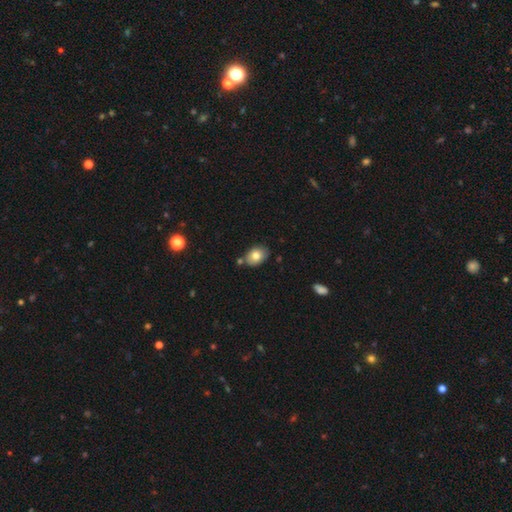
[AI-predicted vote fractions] Smooth or featured?
  - smooth: 77% *
  - featured or disk: 15%
  - star or artifact: 8%
How rounded?
  - in between: 76% *
  - round: 23%
  - cigar-shaped: 1%
Merging?
  - none: 73% *
  - minor disturbance: 15%
  - merger: 9%
  - major disturbance: 3%